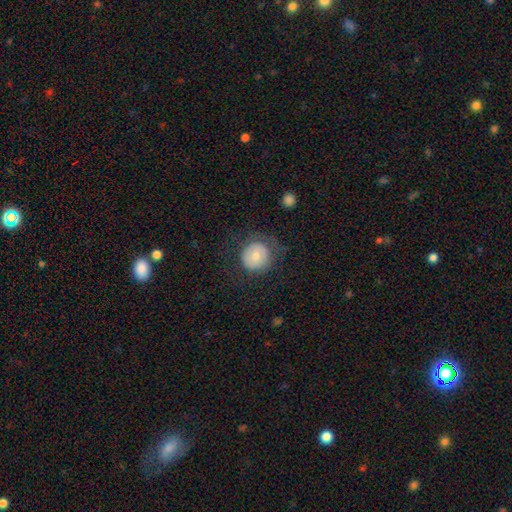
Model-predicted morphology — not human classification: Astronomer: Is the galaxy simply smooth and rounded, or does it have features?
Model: smooth — 70%.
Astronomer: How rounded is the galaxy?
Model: round — 92%.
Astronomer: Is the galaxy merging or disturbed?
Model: none — 64%.